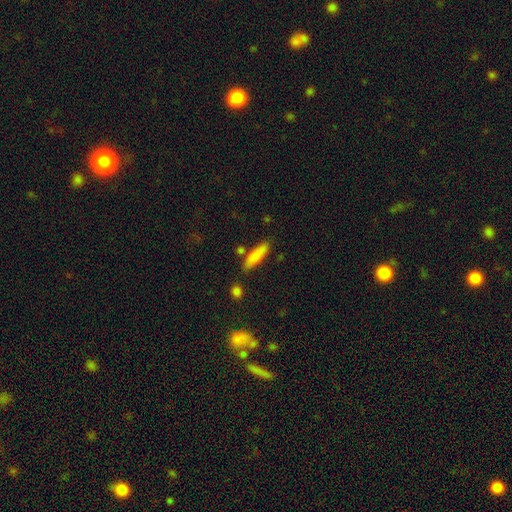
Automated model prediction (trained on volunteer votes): This is clearly a smooth galaxy (82%). How rounded: likely cigar-shaped (67%). Merging: likely none (80%).